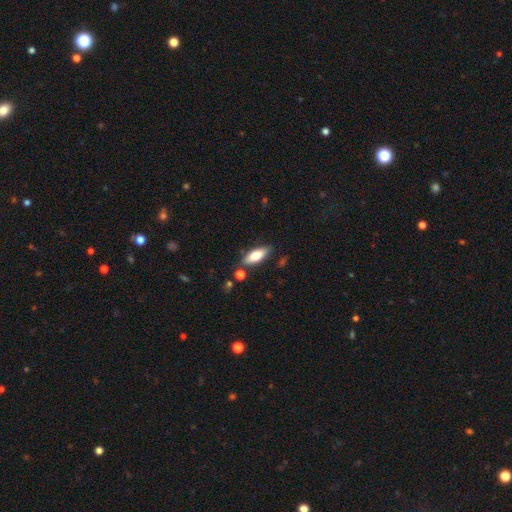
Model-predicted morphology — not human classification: A smooth galaxy with no disk features (77%) that is in between round and cigar-shaped (73%).

Vote fractions:
- Smooth or featured? smooth: 77% / featured or disk: 17% / star or artifact: 6%
- How rounded? in between: 73% / cigar-shaped: 25% / round: 2%
- Merging? none: 80% / minor disturbance: 13% / merger: 5% / major disturbance: 3%